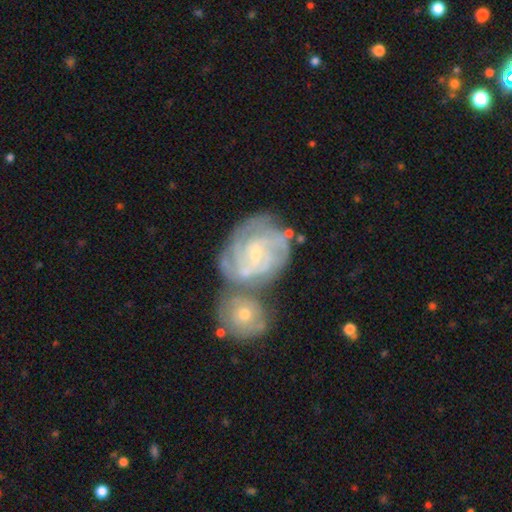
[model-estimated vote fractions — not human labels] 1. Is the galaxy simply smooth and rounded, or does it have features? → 86% featured or disk, 8% smooth, 6% star or artifact.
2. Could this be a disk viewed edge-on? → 97% no, 3% yes.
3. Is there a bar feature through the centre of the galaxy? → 58% no, 34% weak, 8% strong.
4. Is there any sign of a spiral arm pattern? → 96% yes, 4% no.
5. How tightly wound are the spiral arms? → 70% tight, 25% medium, 5% loose.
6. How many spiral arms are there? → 28% can't tell, 26% 3, 19% 4, 15% 2, 7% more than 4, 5% 1.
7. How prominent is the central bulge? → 76% small, 20% moderate, 2% none, 1% large, 1% dominant.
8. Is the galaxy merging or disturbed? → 44% none, 36% merger, 14% minor disturbance, 6% major disturbance.